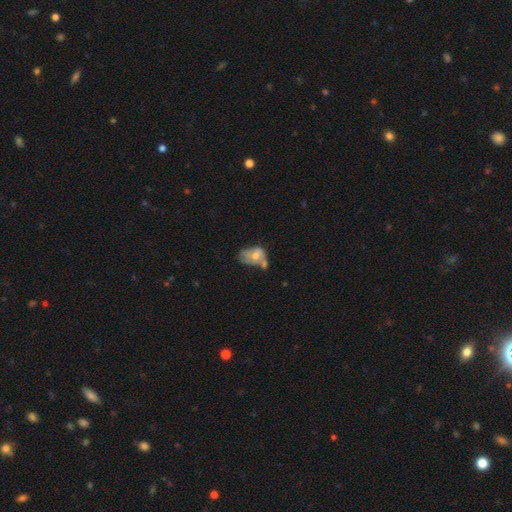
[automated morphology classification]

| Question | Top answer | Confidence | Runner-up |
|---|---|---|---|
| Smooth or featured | featured or disk | 46% | smooth (45%) |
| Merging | merger | 34% | major disturbance (22%) |